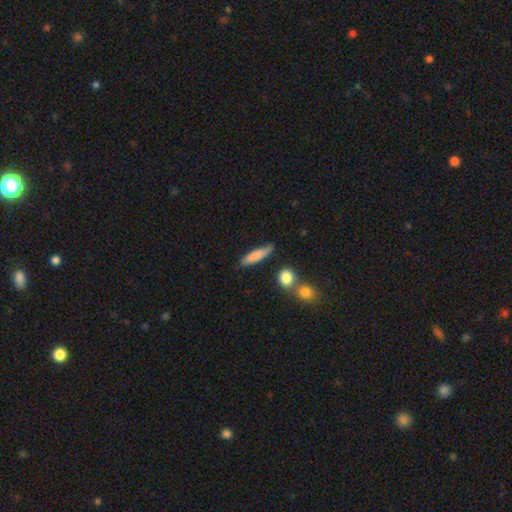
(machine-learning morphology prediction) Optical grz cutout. It shows a smooth galaxy with no disk features (79%) that is cigar-shaped (76%). Merging: none (75%).